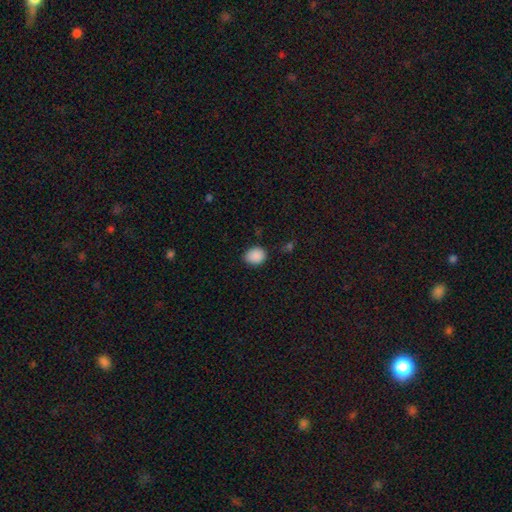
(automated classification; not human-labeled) Smooth or featured: smooth — 89% (star or artifact — 8%)
How rounded: round — 50% (in between — 49%)
Merging: none — 83% (minor disturbance — 13%)